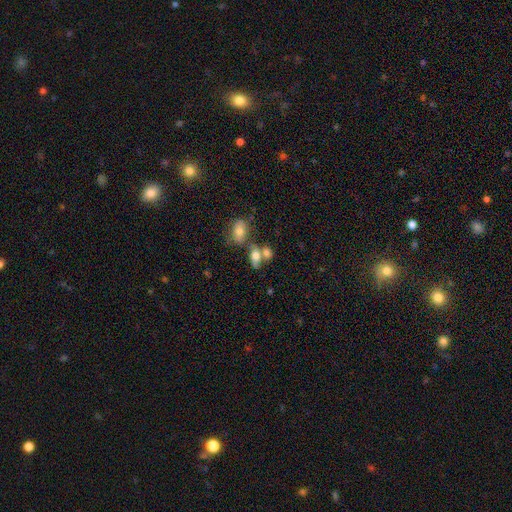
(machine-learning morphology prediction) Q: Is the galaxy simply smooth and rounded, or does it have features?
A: smooth — 74%.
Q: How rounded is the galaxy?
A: in between — 81%.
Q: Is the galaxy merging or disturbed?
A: merger — 44%.